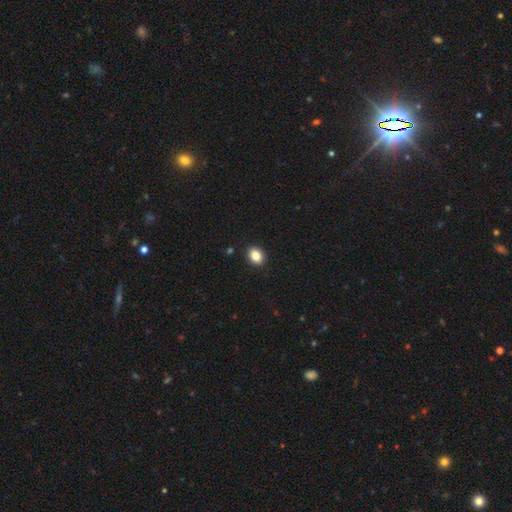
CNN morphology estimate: A smooth galaxy with no disk features (86%) that is in between round and cigar-shaped (62%).

Vote fractions:
- Smooth or featured? smooth: 86% / star or artifact: 9% / featured or disk: 5%
- How rounded? in between: 62% / round: 37% / cigar-shaped: 1%
- Merging? none: 91% / minor disturbance: 6% / major disturbance: 2% / merger: 1%